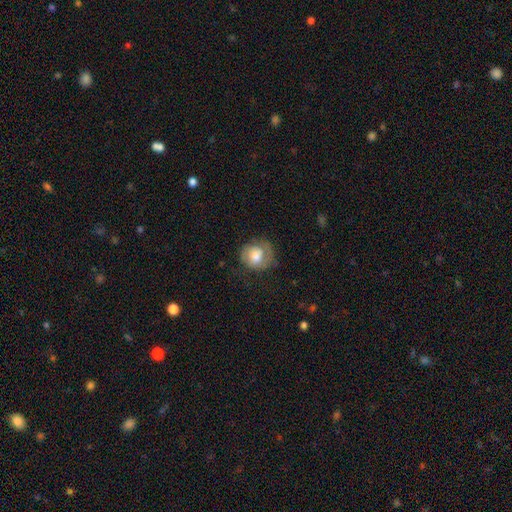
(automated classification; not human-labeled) Smooth or featured?
  - smooth: 61% *
  - featured or disk: 31%
  - star or artifact: 8%
How rounded?
  - round: 74% *
  - in between: 25%
  - cigar-shaped: 1%
Merging?
  - none: 52% *
  - minor disturbance: 28%
  - major disturbance: 19%
  - merger: 2%